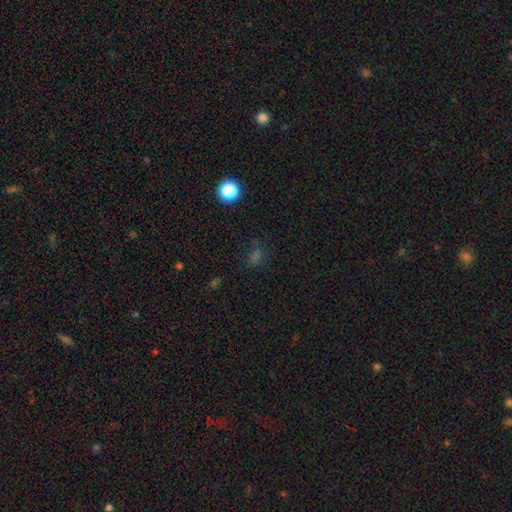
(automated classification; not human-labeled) Smooth or featured? smooth (53%)
How rounded? in between (53%)
Merging? none (72%)